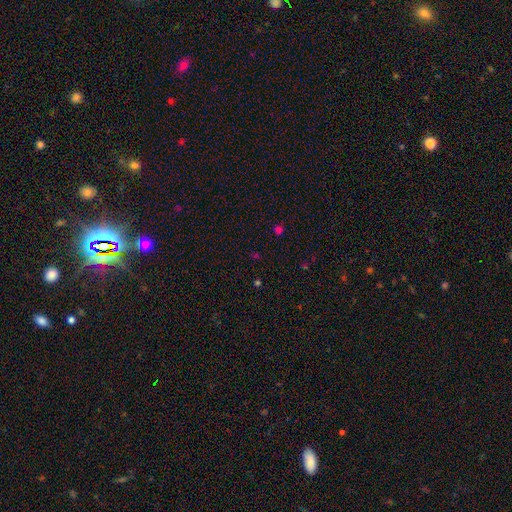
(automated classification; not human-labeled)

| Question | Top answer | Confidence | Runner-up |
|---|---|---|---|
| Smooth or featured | star or artifact | 55% | smooth (38%) |